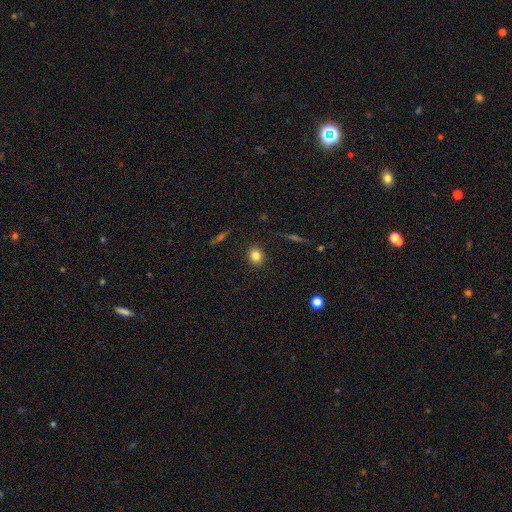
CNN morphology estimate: Smooth or featured: smooth — 81% (star or artifact — 11%)
How rounded: round — 68% (in between — 31%)
Merging: none — 90% (minor disturbance — 7%)